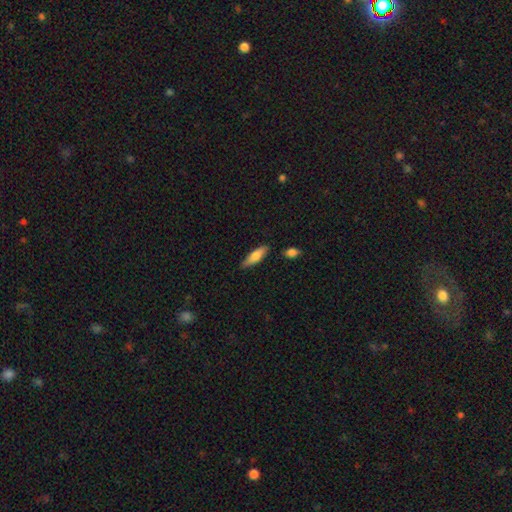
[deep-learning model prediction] Smooth or featured: smooth — 75% (featured or disk — 19%)
How rounded: cigar-shaped — 55% (in between — 44%)
Merging: none — 81% (minor disturbance — 13%)